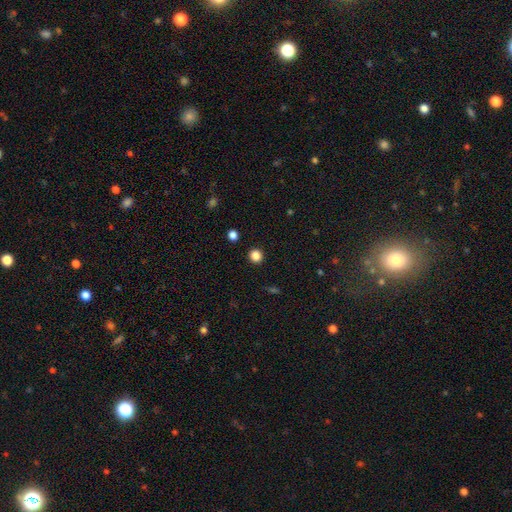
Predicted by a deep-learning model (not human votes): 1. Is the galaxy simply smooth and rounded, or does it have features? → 86% smooth, 11% star or artifact, 3% featured or disk.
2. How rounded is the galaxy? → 89% round, 10% in between, 1% cigar-shaped.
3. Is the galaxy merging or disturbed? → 92% none, 5% minor disturbance, 2% major disturbance, 1% merger.